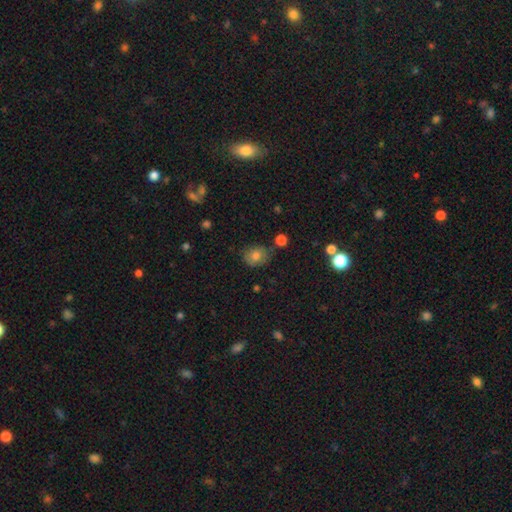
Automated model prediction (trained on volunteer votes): This appears to be a smooth galaxy with no disk features (76%) that is round (56%). Merging: none (70%).